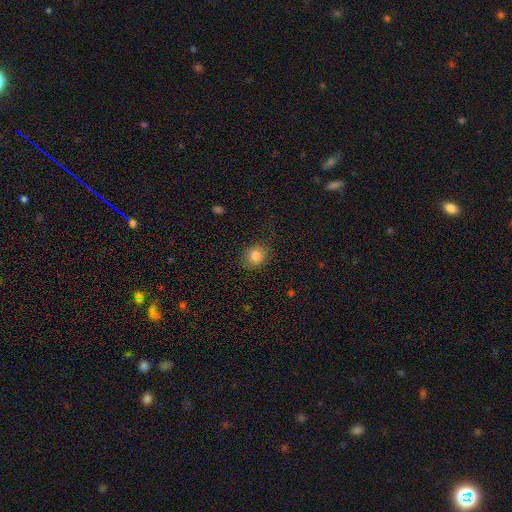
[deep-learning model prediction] The model was most divided on "how rounded": round: 77%, in between: 22%, cigar-shaped: 1%. More confident: merging — none (83%); smooth or featured — smooth (81%).